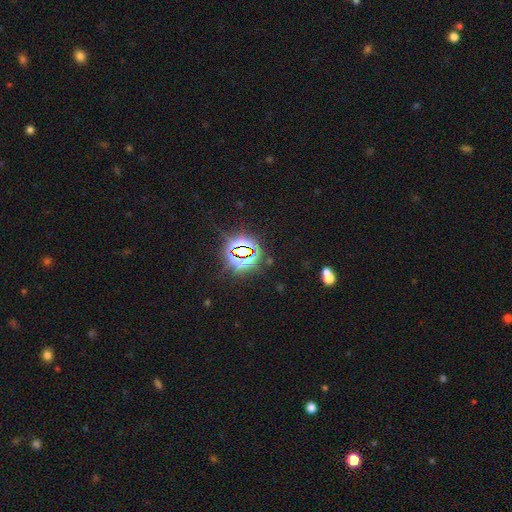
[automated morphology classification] The model was most divided on "smooth or featured": star or artifact: 81%, smooth: 11%, featured or disk: 8%.